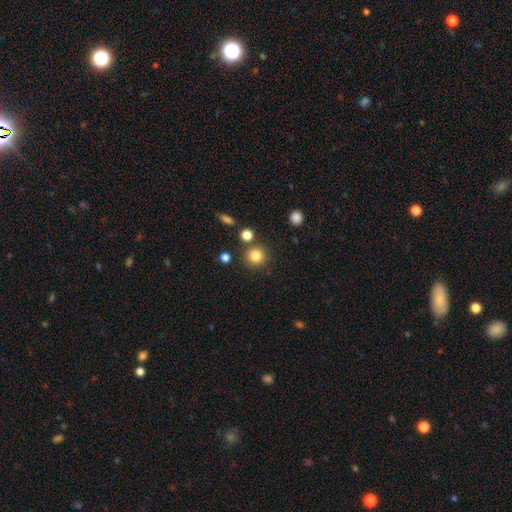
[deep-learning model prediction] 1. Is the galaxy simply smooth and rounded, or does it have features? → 82% smooth, 12% star or artifact, 6% featured or disk.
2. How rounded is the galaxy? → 93% round, 6% in between, 1% cigar-shaped.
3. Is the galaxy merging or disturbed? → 84% none, 7% minor disturbance, 6% merger, 3% major disturbance.